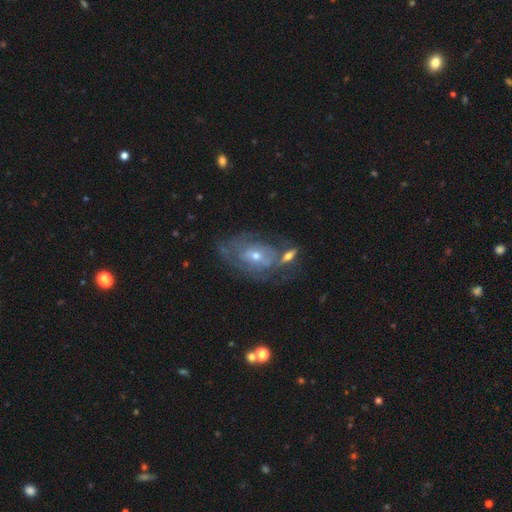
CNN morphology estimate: This appears to be a featured or disk galaxy (72%) with no bar (72%), spiral arms (68%) and a moderate central bulge (48%, tied with small). Merging: none (46%).